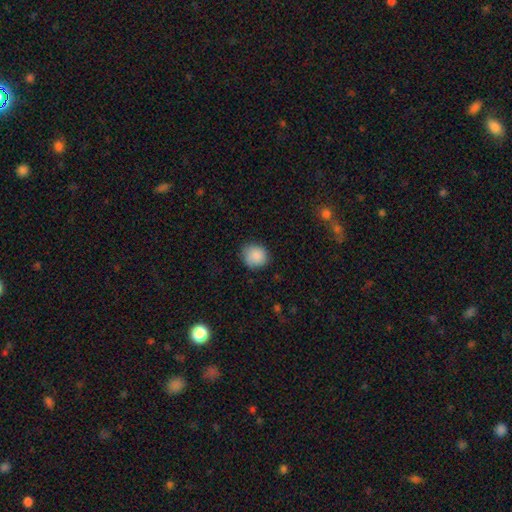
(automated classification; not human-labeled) Q: Smooth or featured?
A: smooth (88%); runner-up: star or artifact (8%)
Q: How rounded?
A: round (81%); runner-up: in between (19%)
Q: Merging?
A: none (80%); runner-up: minor disturbance (16%)